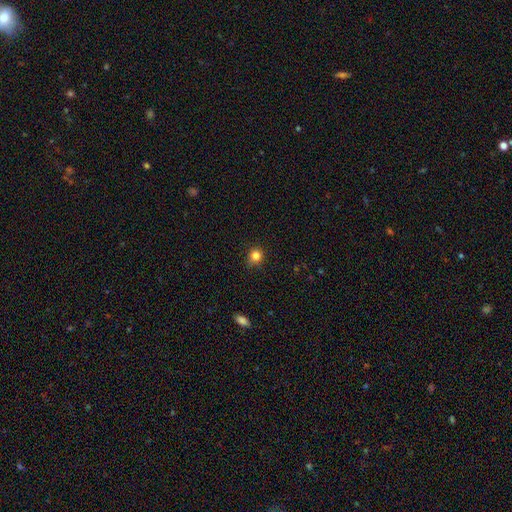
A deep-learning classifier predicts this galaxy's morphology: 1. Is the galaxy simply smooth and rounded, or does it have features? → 83% smooth, 12% star or artifact, 5% featured or disk.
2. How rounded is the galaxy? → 84% round, 15% in between, 1% cigar-shaped.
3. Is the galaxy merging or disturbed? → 81% none, 15% minor disturbance, 3% major disturbance, 1% merger.